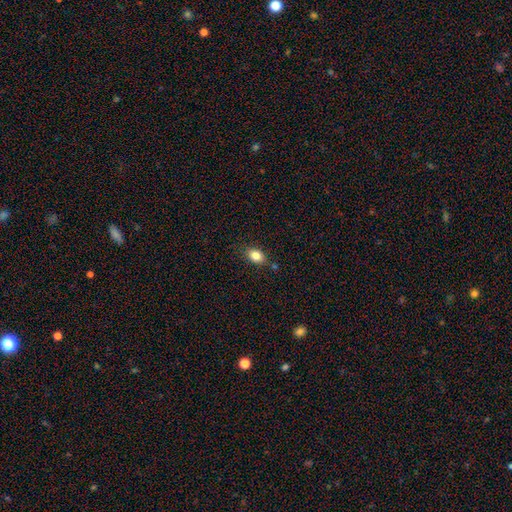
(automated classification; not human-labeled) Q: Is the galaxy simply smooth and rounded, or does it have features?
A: smooth — 84%.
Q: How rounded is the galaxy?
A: in between — 78%.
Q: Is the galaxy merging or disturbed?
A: none — 78%.